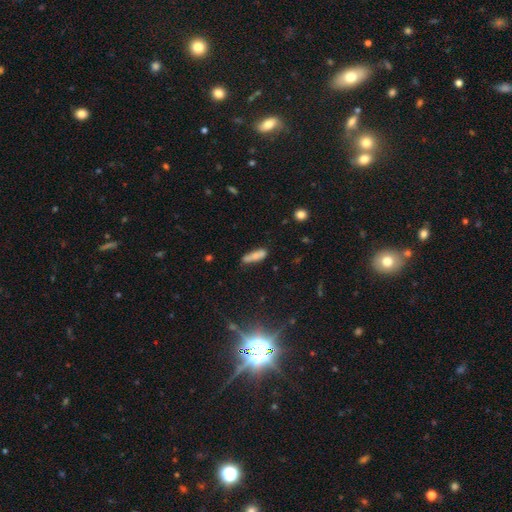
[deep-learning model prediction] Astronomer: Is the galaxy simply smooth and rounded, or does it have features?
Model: smooth — 78%.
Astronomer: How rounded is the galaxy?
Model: cigar-shaped — 60% (runner-up: in between, 38%).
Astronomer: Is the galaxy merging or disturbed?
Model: none — 67%.